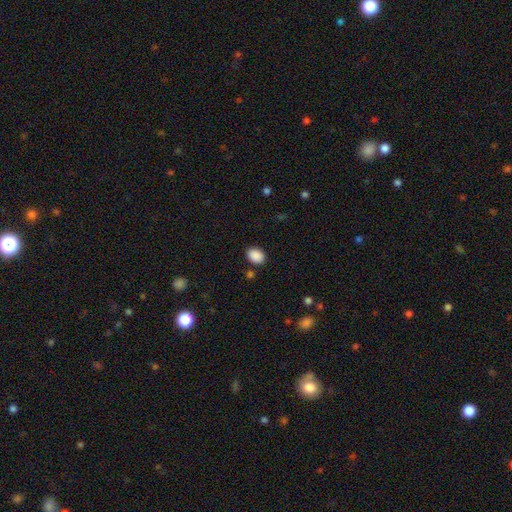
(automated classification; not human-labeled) Smooth or featured?
  - smooth: 90% *
  - star or artifact: 8%
  - featured or disk: 3%
How rounded?
  - in between: 73% *
  - round: 26%
  - cigar-shaped: 1%
Merging?
  - none: 86% *
  - minor disturbance: 9%
  - major disturbance: 3%
  - merger: 2%